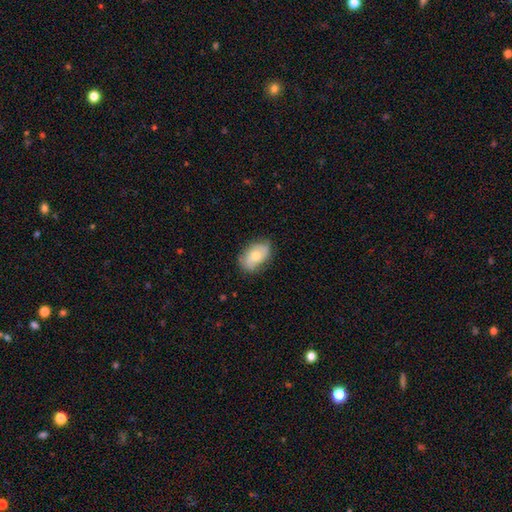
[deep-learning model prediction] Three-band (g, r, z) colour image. It shows a smooth galaxy with no disk features (54%) that is in between round and cigar-shaped (86%). Merging: none (73%).